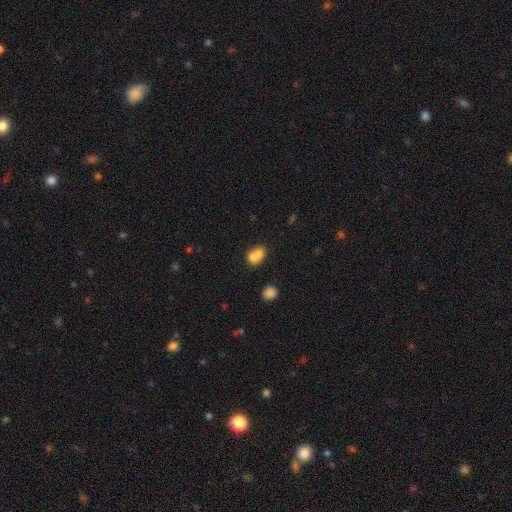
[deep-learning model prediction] smooth 75%, featured or disk 15%, star or artifact 10%. Down the decision tree: how rounded — in between (55%); merging — merger (62%).